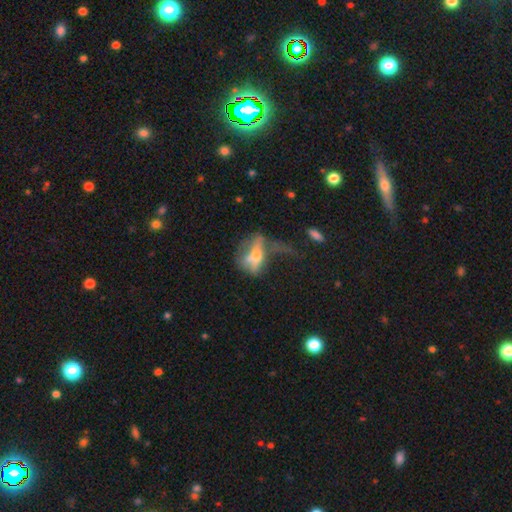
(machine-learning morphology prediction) This appears to be a featured or disk galaxy (49%). Merging: major disturbance (50%).